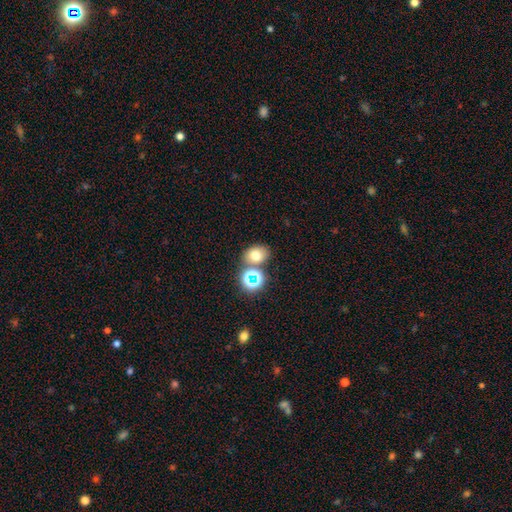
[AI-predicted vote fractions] A smooth galaxy with no disk features (70%) that is in between round and cigar-shaped (57%).

Vote fractions:
- Smooth or featured? smooth: 70% / star or artifact: 19% / featured or disk: 11%
- How rounded? in between: 57% / round: 42% / cigar-shaped: 1%
- Merging? none: 64% / merger: 22% / minor disturbance: 10% / major disturbance: 4%